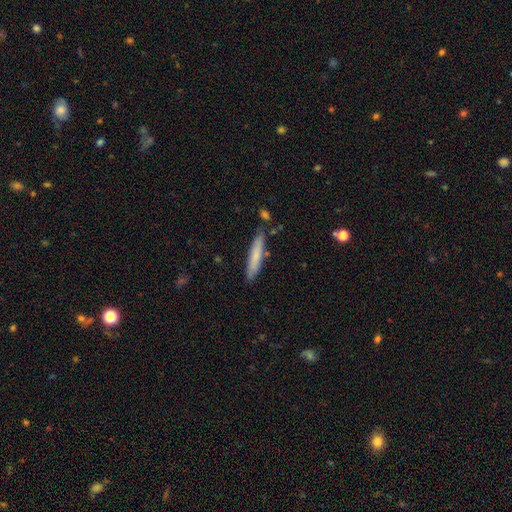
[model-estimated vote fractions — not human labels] A smooth galaxy with no disk features (73%) that is cigar-shaped (93%).

Vote fractions:
- Smooth or featured? smooth: 73% / featured or disk: 21% / star or artifact: 6%
- How rounded? cigar-shaped: 93% / in between: 6% / round: 1%
- Merging? none: 83% / minor disturbance: 11% / merger: 4% / major disturbance: 2%